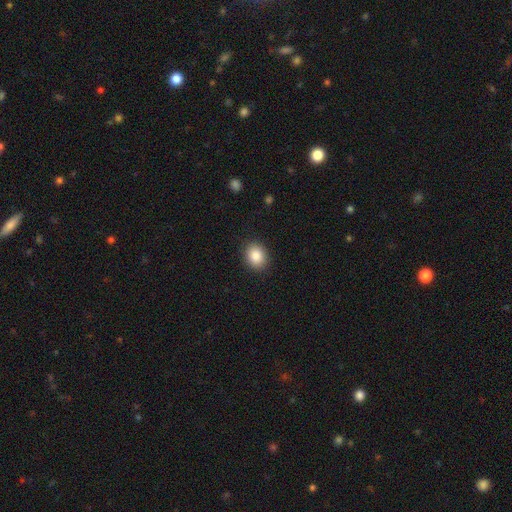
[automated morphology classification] A smooth galaxy with no disk features (87%) that is round (55%). Merging: none (89%).